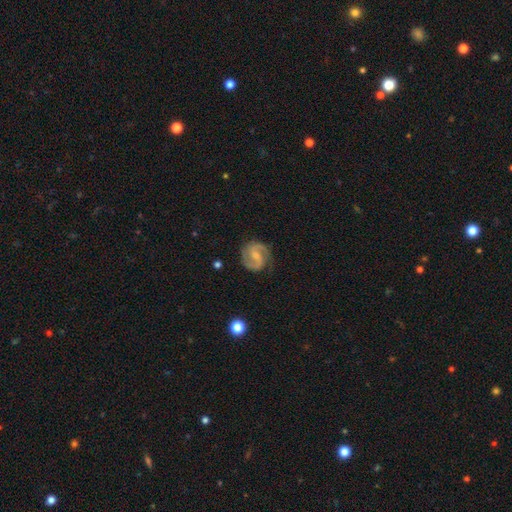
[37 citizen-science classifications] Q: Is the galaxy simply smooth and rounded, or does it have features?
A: featured or disk — 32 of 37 (86%).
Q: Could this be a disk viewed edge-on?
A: no — 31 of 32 (97%).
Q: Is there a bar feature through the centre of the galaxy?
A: weak — 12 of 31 (39%, tied with no).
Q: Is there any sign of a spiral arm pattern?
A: yes — 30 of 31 (97%).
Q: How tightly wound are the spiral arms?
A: medium — 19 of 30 (63%).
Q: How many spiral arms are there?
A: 2 — 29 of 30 (97%).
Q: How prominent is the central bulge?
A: small — 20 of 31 (65%).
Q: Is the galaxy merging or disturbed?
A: none — 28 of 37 (76%).